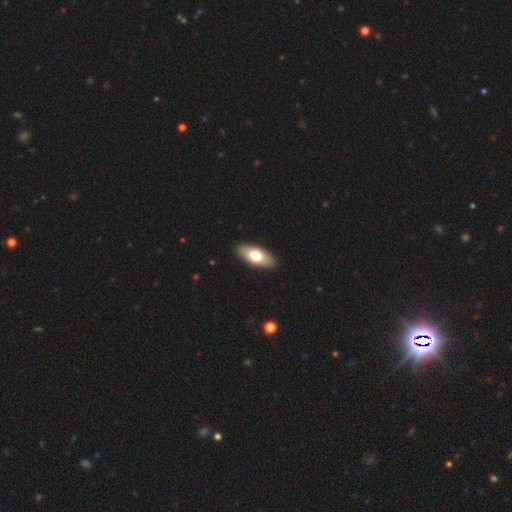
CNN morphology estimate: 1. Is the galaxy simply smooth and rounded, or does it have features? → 68% smooth, 27% featured or disk, 6% star or artifact.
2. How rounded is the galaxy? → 85% in between, 13% cigar-shaped, 3% round.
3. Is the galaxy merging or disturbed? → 90% none, 7% minor disturbance, 2% major disturbance, 1% merger.